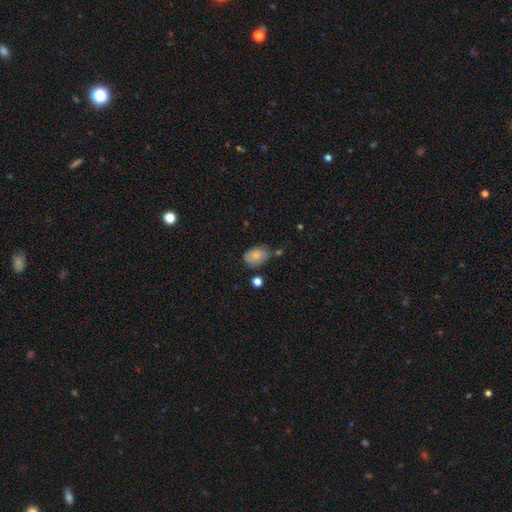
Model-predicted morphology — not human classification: This appears to be a smooth galaxy with no disk features (82%) that is in between round and cigar-shaped (85%). Merging: none (67%).